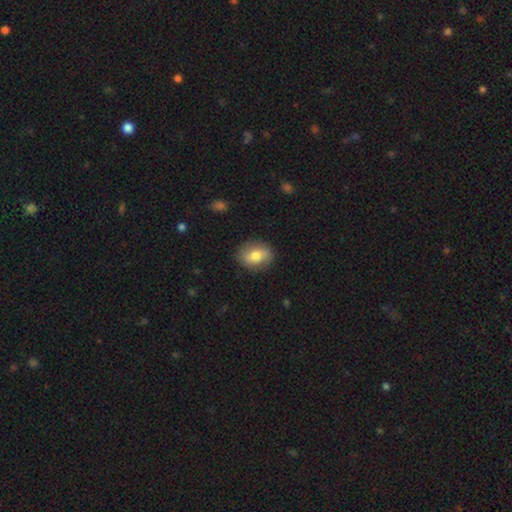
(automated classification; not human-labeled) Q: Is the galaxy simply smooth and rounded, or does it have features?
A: smooth — 76%.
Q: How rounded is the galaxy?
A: in between — 66%.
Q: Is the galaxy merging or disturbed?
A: none — 85%.